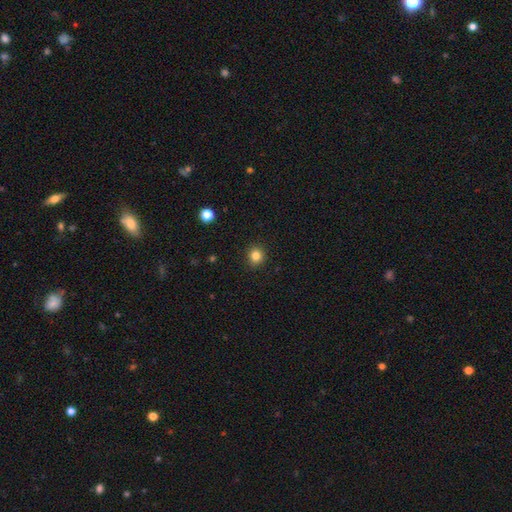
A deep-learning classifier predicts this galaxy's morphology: Smooth or featured?
  - smooth: 83% *
  - star or artifact: 12%
  - featured or disk: 5%
How rounded?
  - round: 90% *
  - in between: 9%
  - cigar-shaped: 1%
Merging?
  - none: 91% *
  - minor disturbance: 6%
  - major disturbance: 2%
  - merger: 1%